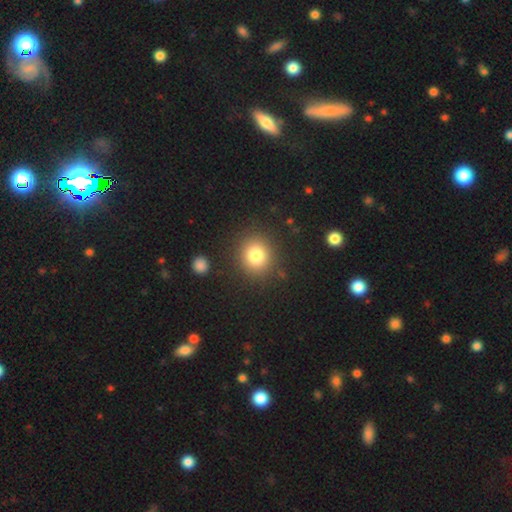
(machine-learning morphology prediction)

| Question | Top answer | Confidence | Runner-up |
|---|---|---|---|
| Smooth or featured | smooth | 80% | star or artifact (12%) |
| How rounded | round | 83% | in between (16%) |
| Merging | none | 87% | minor disturbance (7%) |